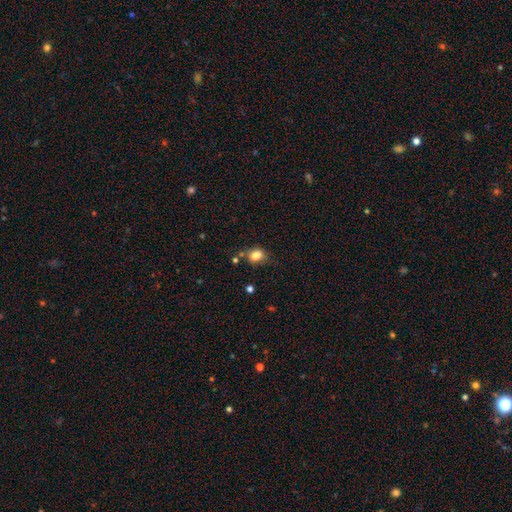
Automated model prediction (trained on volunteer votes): This appears to be a smooth galaxy with no disk features (81%) that is in between round and cigar-shaped (56%). Merging: none (63%).